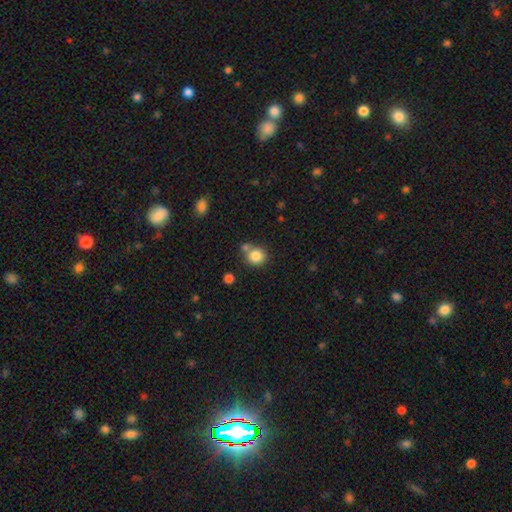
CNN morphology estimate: smooth-or-featured: smooth: 84% | star or artifact: 10% | featured or disk: 6%
  how-rounded: round: 88% | in between: 12% | cigar-shaped: 1%
  merging: none: 63% | merger: 23% | minor disturbance: 10% | major disturbance: 3%